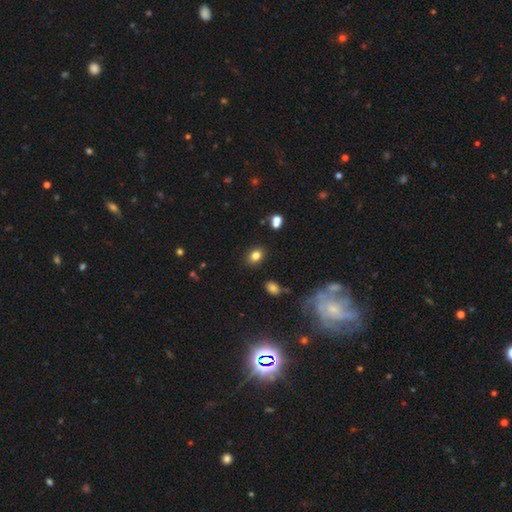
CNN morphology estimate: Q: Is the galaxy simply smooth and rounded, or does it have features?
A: smooth — 81%.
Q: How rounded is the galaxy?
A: in between — 57%.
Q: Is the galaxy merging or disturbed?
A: none — 86%.